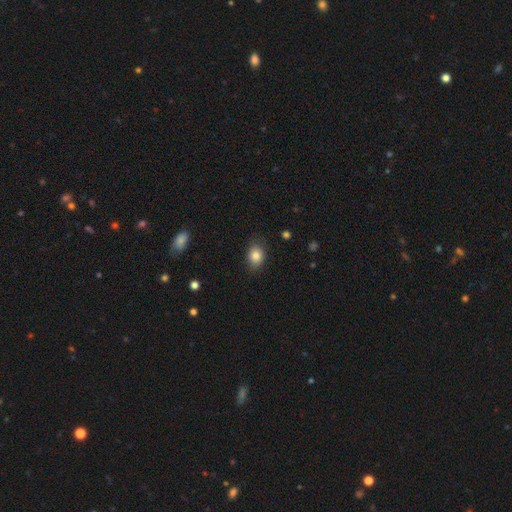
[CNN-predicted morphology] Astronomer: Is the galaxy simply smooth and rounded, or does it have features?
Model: smooth — 85%.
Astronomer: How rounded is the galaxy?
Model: in between — 68%.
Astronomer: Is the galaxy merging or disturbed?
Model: none — 82%.